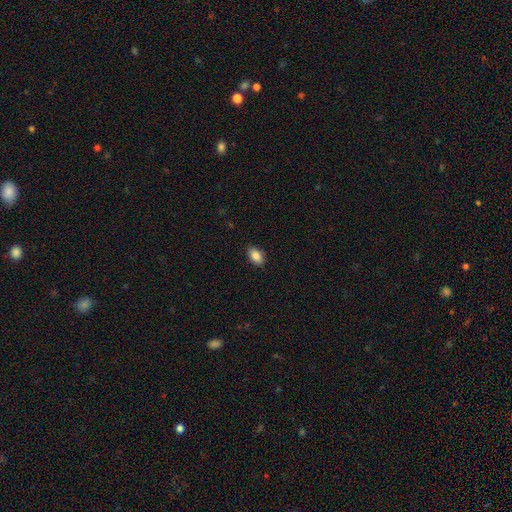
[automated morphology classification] Smooth or featured?
  - smooth: 87% *
  - star or artifact: 8%
  - featured or disk: 6%
How rounded?
  - in between: 88% *
  - round: 10%
  - cigar-shaped: 2%
Merging?
  - none: 88% *
  - minor disturbance: 9%
  - major disturbance: 2%
  - merger: 1%